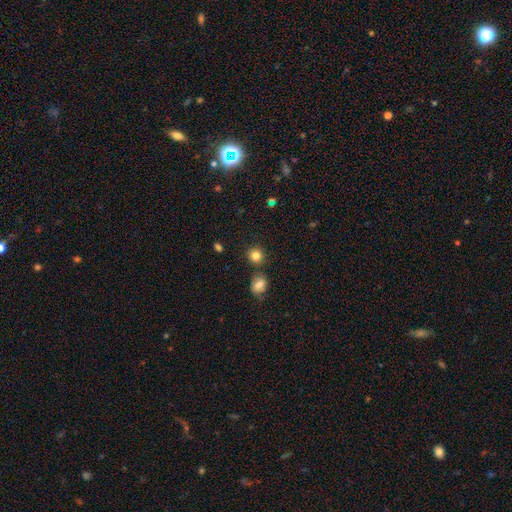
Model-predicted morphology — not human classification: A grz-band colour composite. It shows a smooth galaxy with no disk features (83%) that is round (86%). Merging: none (78%).